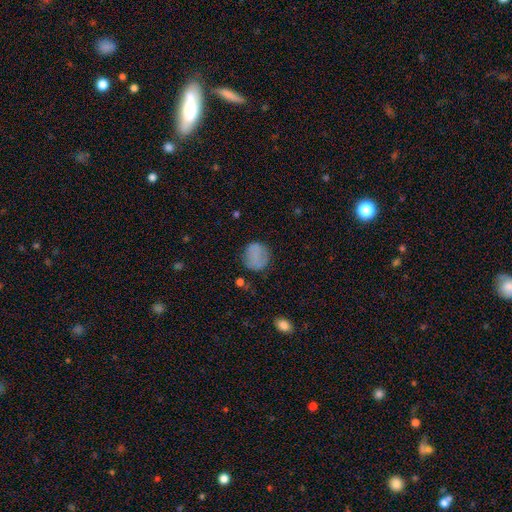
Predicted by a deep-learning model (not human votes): A smooth galaxy with no disk features (78%) that is round (83%). Merging: none (71%).